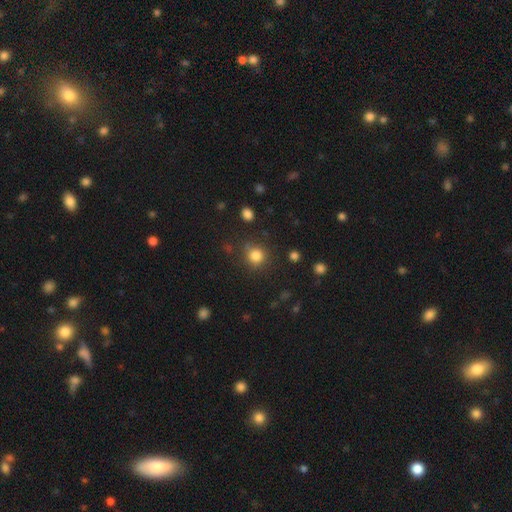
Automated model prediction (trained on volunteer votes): Smooth or featured? Predicted: smooth (p=0.82). How rounded? Predicted: round (p=0.90). Merging? Predicted: none (p=0.81).